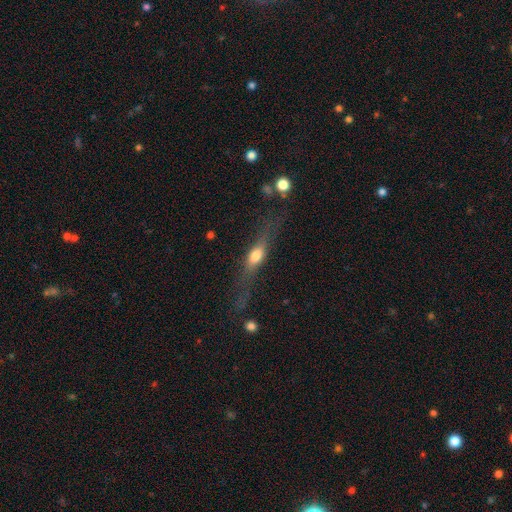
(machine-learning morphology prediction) type=featured or disk (51%); edge-on=yes (85%); merging=none (62%).